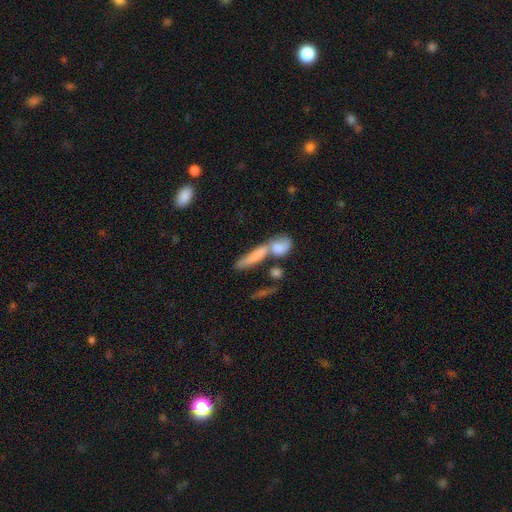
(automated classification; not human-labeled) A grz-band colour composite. It shows a smooth galaxy with no disk features (68%) that is cigar-shaped (66%). Merging: merger (44%).